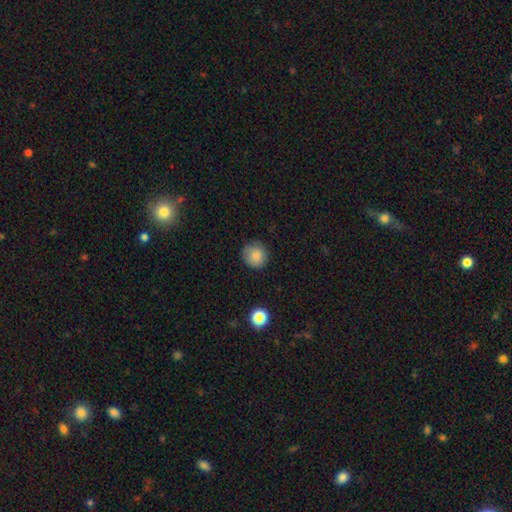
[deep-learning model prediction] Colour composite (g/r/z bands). It shows a smooth galaxy with no disk features (85%) that is round (90%). Merging: none (82%).